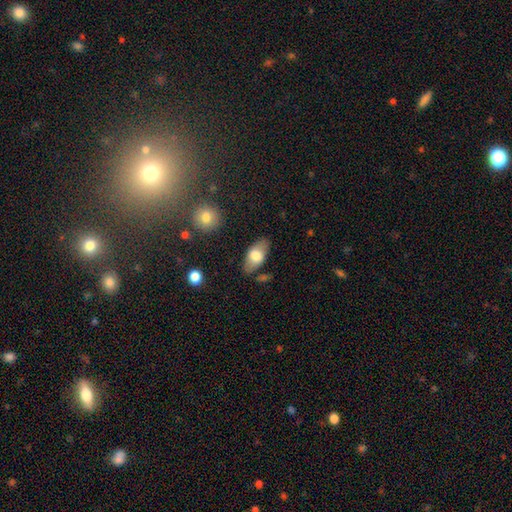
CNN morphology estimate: Overall: smooth (71%). How rounded: in between (92%). Merging: none (81%).